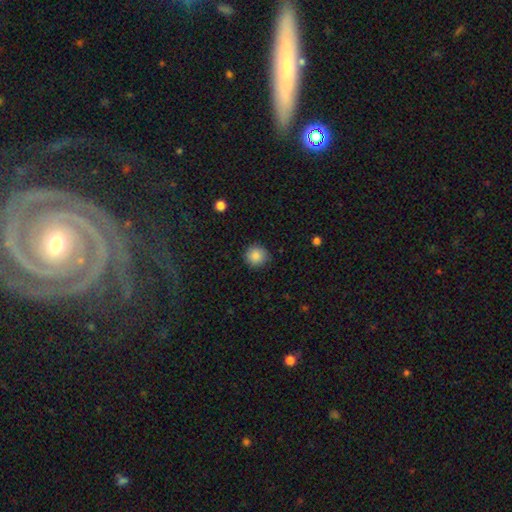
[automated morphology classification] Overall: smooth (87%). How rounded: round (93%). Merging: none (88%).